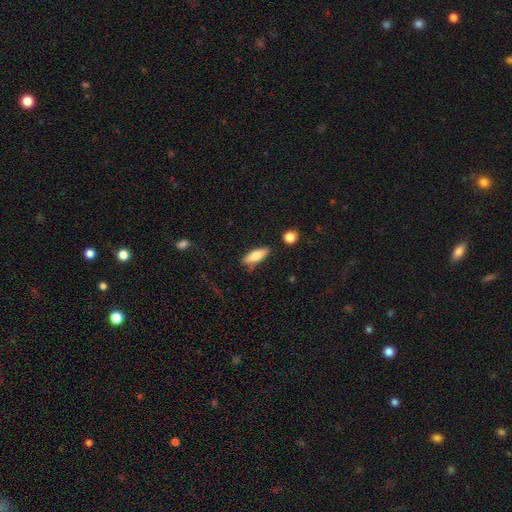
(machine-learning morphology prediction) This is likely a smooth galaxy (67%). How rounded: possibly in between (55%). Merging: likely none (74%).